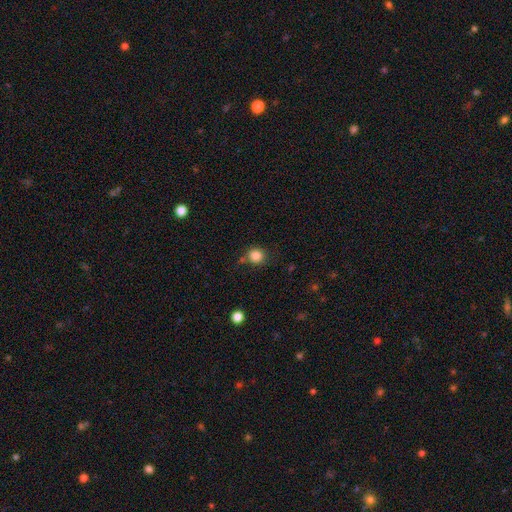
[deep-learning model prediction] smooth_or_featured: smooth (p=0.84) [alt: star or artifact p=0.11]
how_rounded: round (p=0.87) [alt: in between p=0.12]
merging: none (p=0.76) [alt: minor disturbance p=0.13]